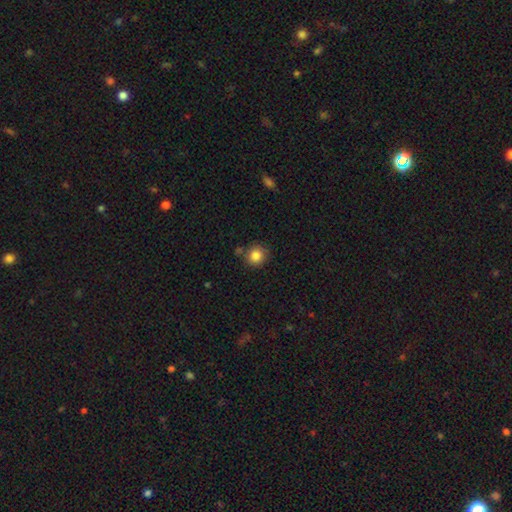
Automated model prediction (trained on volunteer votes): Smooth or featured? Predicted: smooth (p=0.84). How rounded? Predicted: round (p=0.88). Merging? Predicted: none (p=0.78).